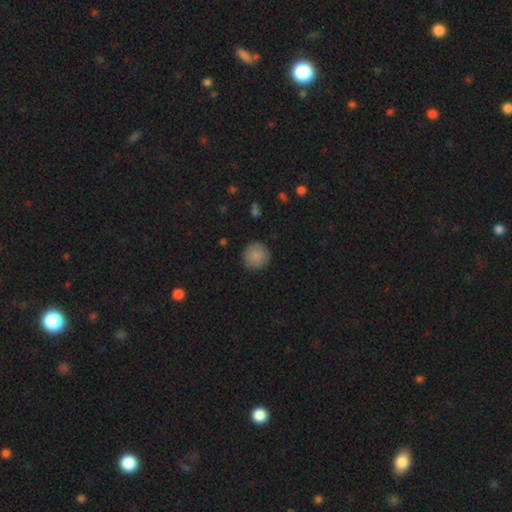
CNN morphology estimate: smooth_or_featured: smooth (p=0.87) [alt: star or artifact p=0.08]
how_rounded: round (p=0.95) [alt: in between p=0.04]
merging: none (p=0.90) [alt: minor disturbance p=0.07]